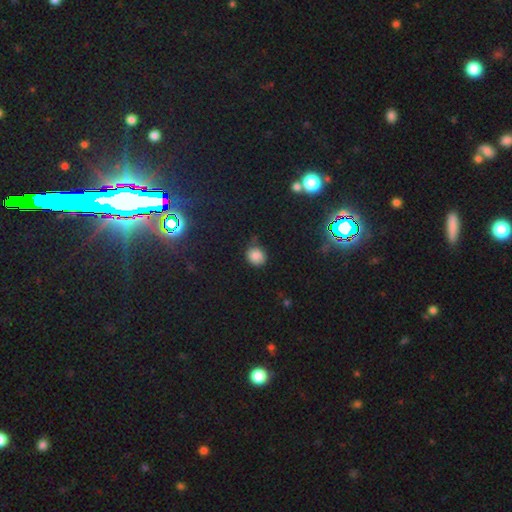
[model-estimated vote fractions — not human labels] Smooth or featured?
  - smooth: 80% *
  - star or artifact: 14%
  - featured or disk: 6%
How rounded?
  - round: 72% *
  - in between: 27%
  - cigar-shaped: 1%
Merging?
  - none: 64% *
  - minor disturbance: 27%
  - major disturbance: 6%
  - merger: 3%